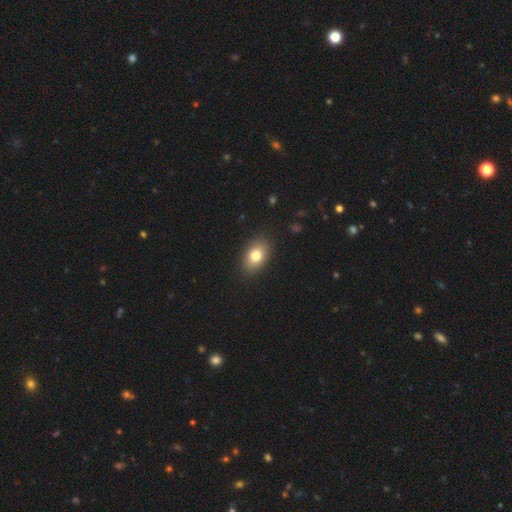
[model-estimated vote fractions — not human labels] Smooth or featured?
  - smooth: 80% *
  - featured or disk: 12%
  - star or artifact: 9%
How rounded?
  - in between: 84% *
  - round: 14%
  - cigar-shaped: 2%
Merging?
  - none: 88% *
  - minor disturbance: 8%
  - major disturbance: 2%
  - merger: 1%